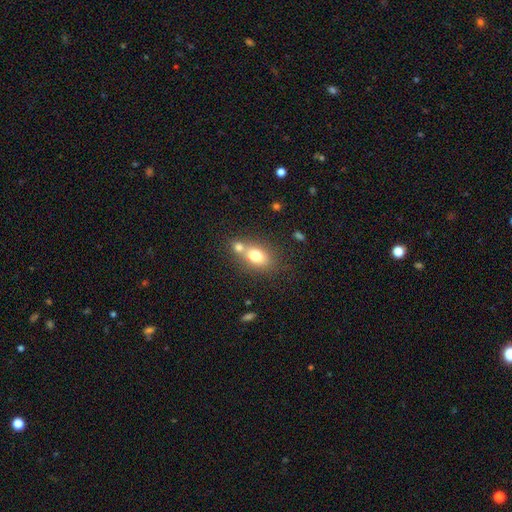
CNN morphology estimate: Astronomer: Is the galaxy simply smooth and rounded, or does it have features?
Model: smooth — 73%.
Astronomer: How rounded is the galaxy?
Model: in between — 71%.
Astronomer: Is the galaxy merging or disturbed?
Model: merger — 46% (runner-up: none, 41%).